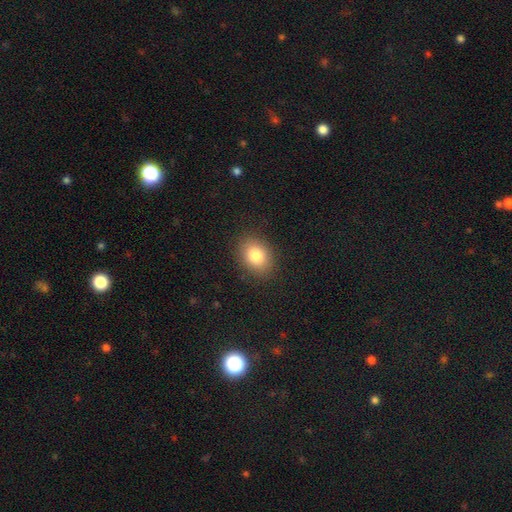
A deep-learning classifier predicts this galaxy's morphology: Q: Smooth or featured?
A: smooth (83%); runner-up: star or artifact (9%)
Q: How rounded?
A: in between (62%); runner-up: round (37%)
Q: Merging?
A: none (87%); runner-up: minor disturbance (9%)